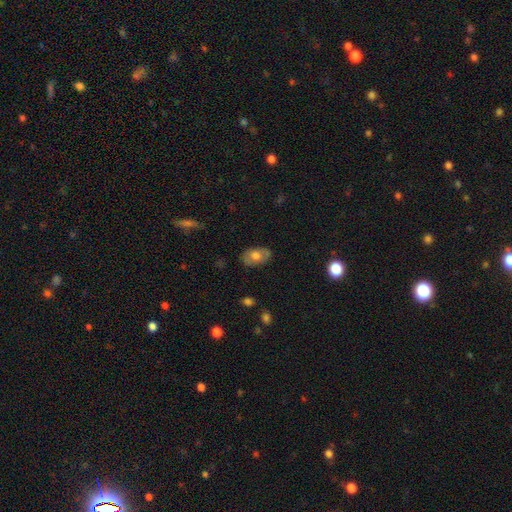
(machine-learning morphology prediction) A smooth galaxy with no disk features (62%) that is in between round and cigar-shaped (89%).

Vote fractions:
- Smooth or featured? smooth: 62% / featured or disk: 31% / star or artifact: 7%
- How rounded? in between: 89% / round: 9% / cigar-shaped: 1%
- Merging? none: 80% / minor disturbance: 15% / major disturbance: 4% / merger: 1%